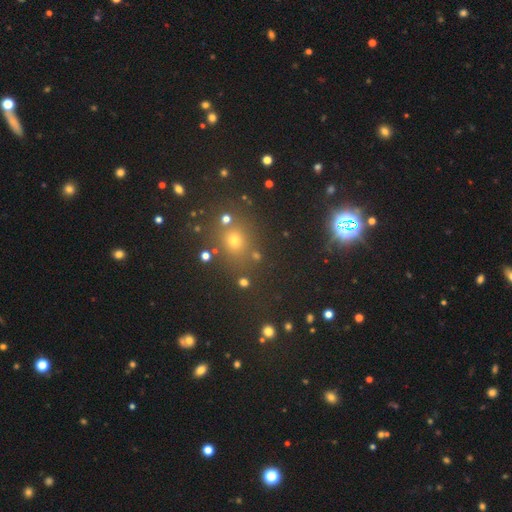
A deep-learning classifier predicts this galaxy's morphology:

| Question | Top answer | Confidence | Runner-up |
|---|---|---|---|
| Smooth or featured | smooth | 55% | star or artifact (37%) |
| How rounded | round | 75% | in between (24%) |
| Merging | none | 80% | minor disturbance (10%) |